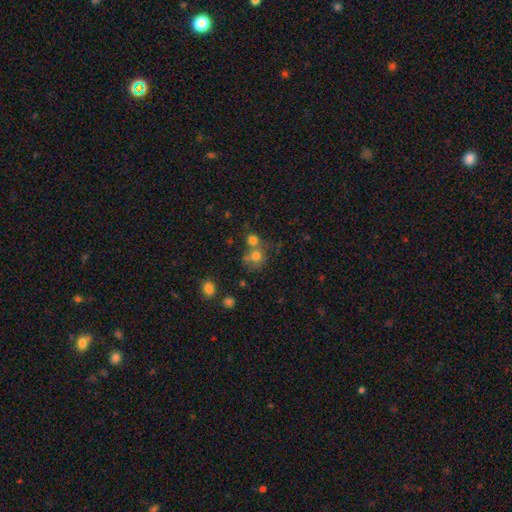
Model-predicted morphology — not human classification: smooth_or_featured: smooth (p=0.71) [alt: featured or disk p=0.15]
how_rounded: round (p=0.76) [alt: in between p=0.23]
merging: merger (p=0.43) [alt: none p=0.41]